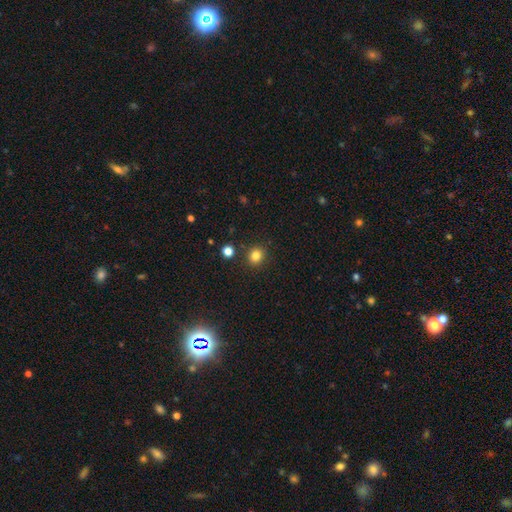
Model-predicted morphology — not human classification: Smooth or featured: smooth — 82% (star or artifact — 13%)
How rounded: round — 79% (in between — 20%)
Merging: none — 87% (minor disturbance — 7%)